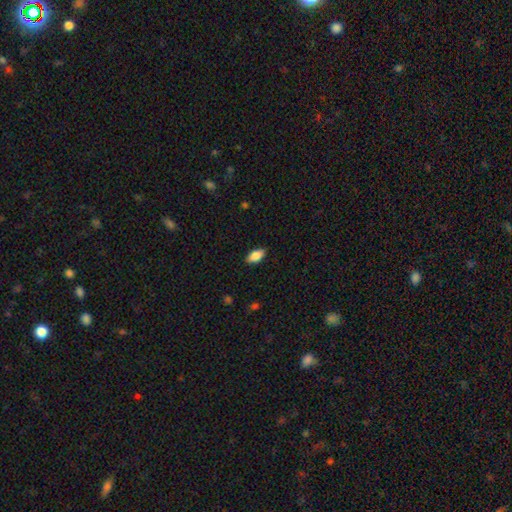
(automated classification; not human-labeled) Morphology: type=smooth (86%); roundness=in between (91%); merging=none (87%).